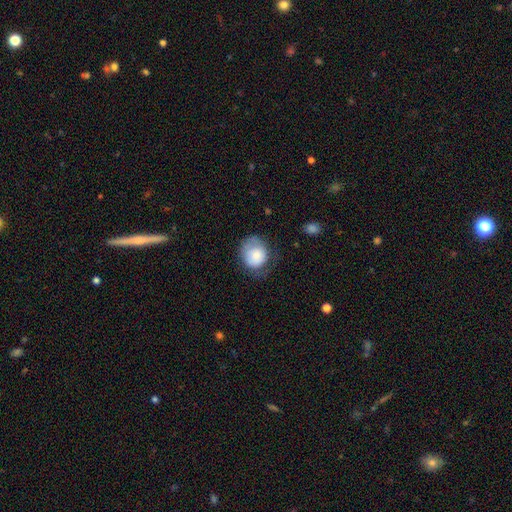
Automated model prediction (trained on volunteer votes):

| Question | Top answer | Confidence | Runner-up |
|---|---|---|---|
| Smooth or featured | smooth | 77% | featured or disk (16%) |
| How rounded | round | 73% | in between (27%) |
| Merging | none | 49% | minor disturbance (31%) |